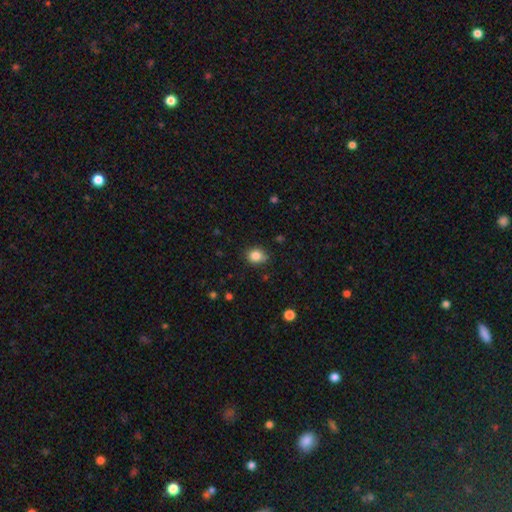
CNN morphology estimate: A smooth galaxy with no disk features (85%) that is round (64%).

Vote fractions:
- Smooth or featured? smooth: 85% / star or artifact: 10% / featured or disk: 5%
- How rounded? round: 64% / in between: 35% / cigar-shaped: 1%
- Merging? none: 76% / minor disturbance: 18% / major disturbance: 3% / merger: 2%